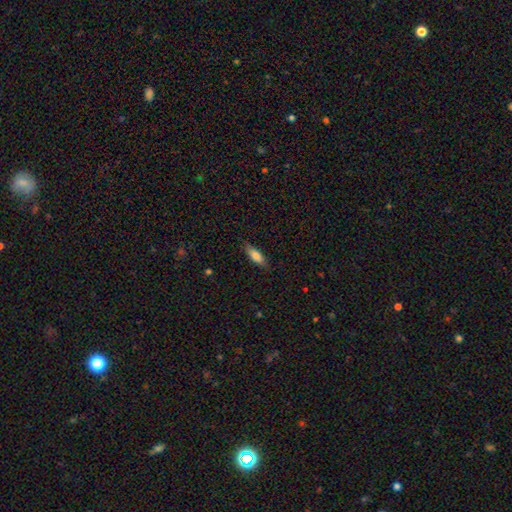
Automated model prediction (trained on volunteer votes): Smooth or featured? Predicted: smooth (p=0.78). How rounded? Predicted: in between (p=0.57). Merging? Predicted: none (p=0.83).